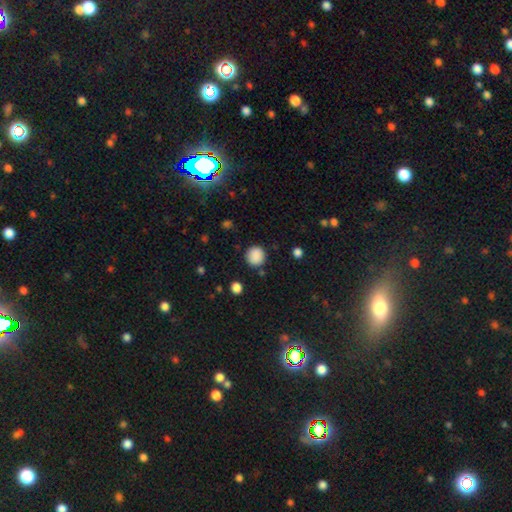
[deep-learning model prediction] Morphology: type=smooth (87%); roundness=round (90%); merging=none (86%).